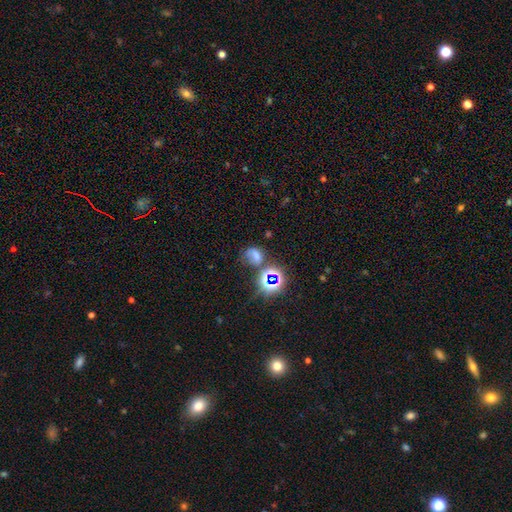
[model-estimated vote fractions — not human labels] Smooth or featured?
  - smooth: 47% *
  - star or artifact: 37%
  - featured or disk: 16%
Merging?
  - none: 45% *
  - minor disturbance: 22%
  - major disturbance: 18%
  - merger: 15%